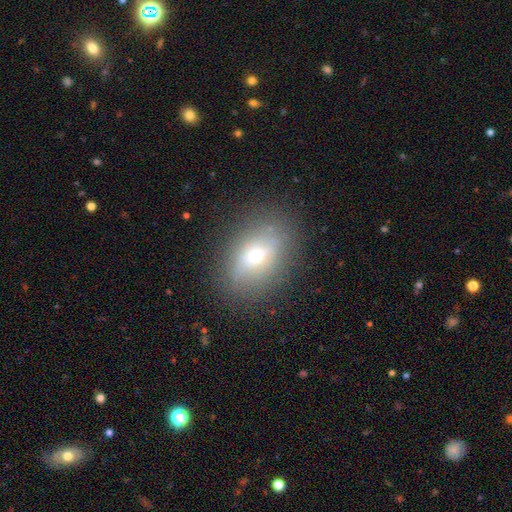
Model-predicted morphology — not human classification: type=smooth (53%); roundness=in between (74%); merging=none (79%).